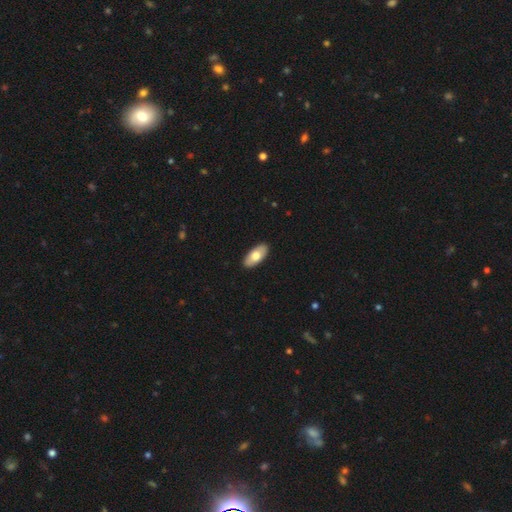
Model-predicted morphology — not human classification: Overall: smooth (71%). How rounded: in between (92%). Merging: none (90%).